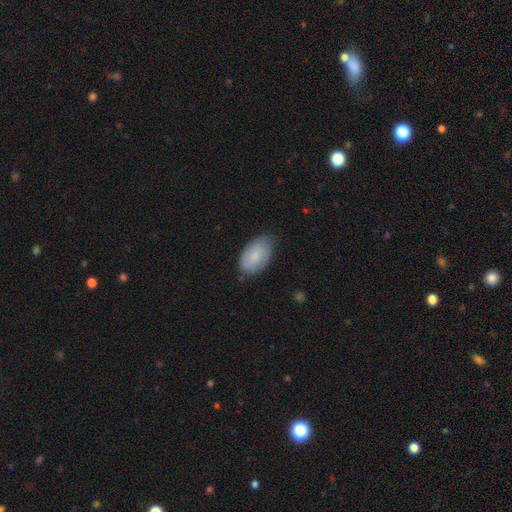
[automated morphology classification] This appears to be a smooth galaxy with no disk features (80%) that is in between round and cigar-shaped (93%). Merging: none (69%).